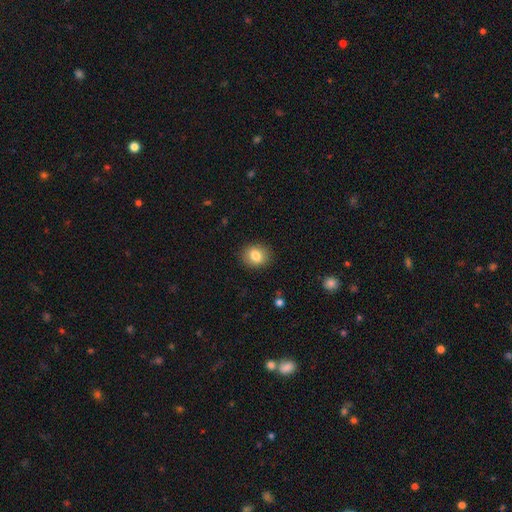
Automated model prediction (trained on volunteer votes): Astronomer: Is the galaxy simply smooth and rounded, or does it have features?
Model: smooth — 82%.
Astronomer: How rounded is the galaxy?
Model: round — 63%.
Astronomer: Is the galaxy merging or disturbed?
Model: none — 89%.